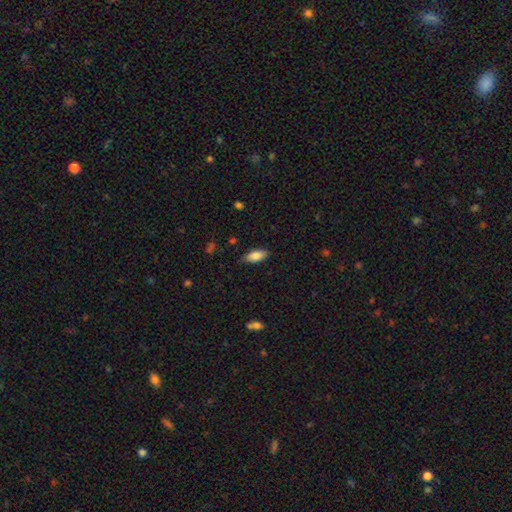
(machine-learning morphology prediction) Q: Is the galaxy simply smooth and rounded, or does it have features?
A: smooth — 83%.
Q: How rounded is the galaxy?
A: in between — 85%.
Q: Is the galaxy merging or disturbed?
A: none — 80%.